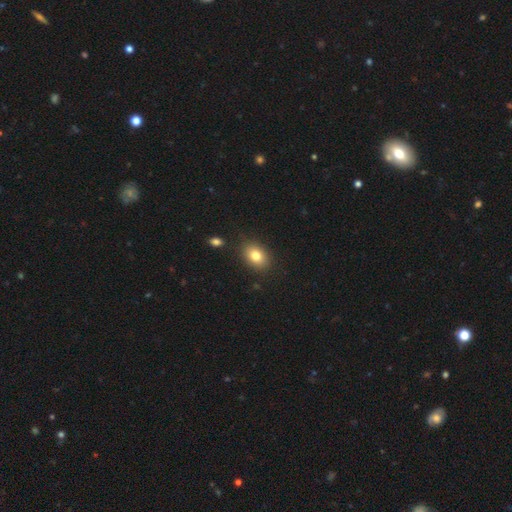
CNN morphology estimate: A smooth galaxy with no disk features (81%) that is in between round and cigar-shaped (74%). Merging: none (86%).